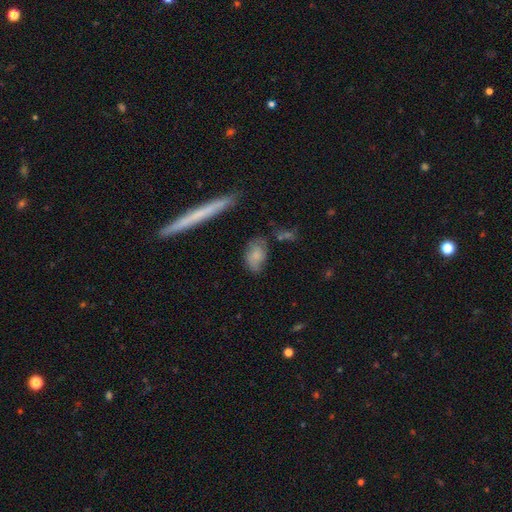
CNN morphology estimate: A smooth galaxy with no disk features (69%) that is in between round and cigar-shaped (85%).

Vote fractions:
- Smooth or featured? smooth: 69% / featured or disk: 23% / star or artifact: 8%
- How rounded? in between: 85% / round: 10% / cigar-shaped: 5%
- Merging? none: 58% / minor disturbance: 27% / major disturbance: 10% / merger: 5%